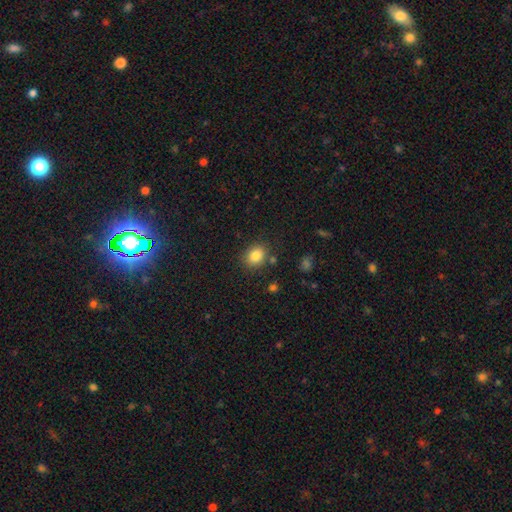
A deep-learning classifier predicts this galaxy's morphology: Smooth or featured?
  - smooth: 84% *
  - star or artifact: 10%
  - featured or disk: 6%
How rounded?
  - round: 54% *
  - in between: 45%
  - cigar-shaped: 1%
Merging?
  - none: 81% *
  - minor disturbance: 11%
  - merger: 5%
  - major disturbance: 3%